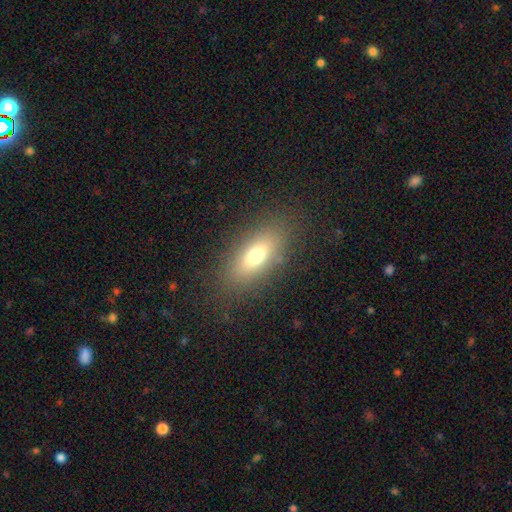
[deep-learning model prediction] Smooth or featured?
  - smooth: 71% *
  - featured or disk: 19%
  - star or artifact: 10%
How rounded?
  - in between: 74% *
  - cigar-shaped: 22%
  - round: 4%
Merging?
  - none: 84% *
  - minor disturbance: 10%
  - major disturbance: 4%
  - merger: 1%